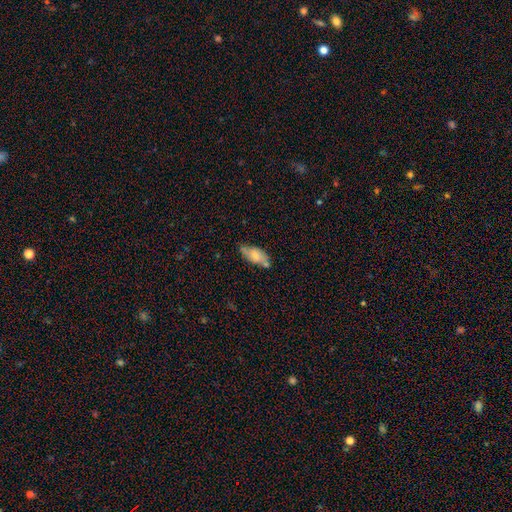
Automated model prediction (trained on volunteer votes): Q: Smooth or featured?
A: smooth (66%); runner-up: featured or disk (27%)
Q: How rounded?
A: in between (85%); runner-up: cigar-shaped (12%)
Q: Merging?
A: none (58%); runner-up: minor disturbance (25%)